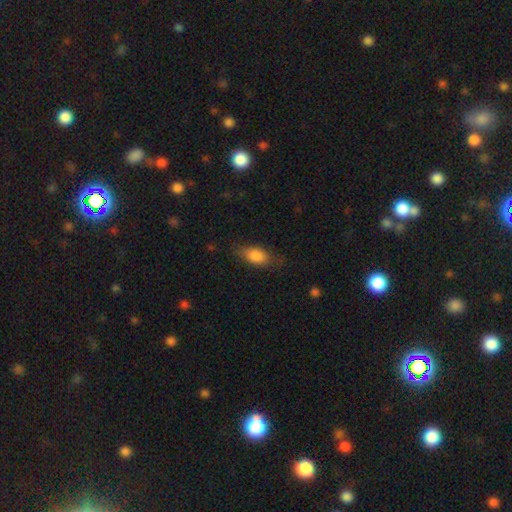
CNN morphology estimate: This is clearly a smooth galaxy (83%). How rounded: clearly in between (85%). Merging: likely none (71%).